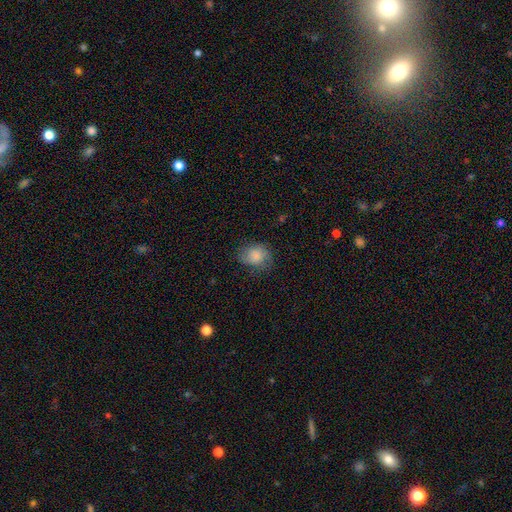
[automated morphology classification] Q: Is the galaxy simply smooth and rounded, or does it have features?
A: smooth — 80%.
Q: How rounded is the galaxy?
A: in between — 50%.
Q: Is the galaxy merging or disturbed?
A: none — 62%.